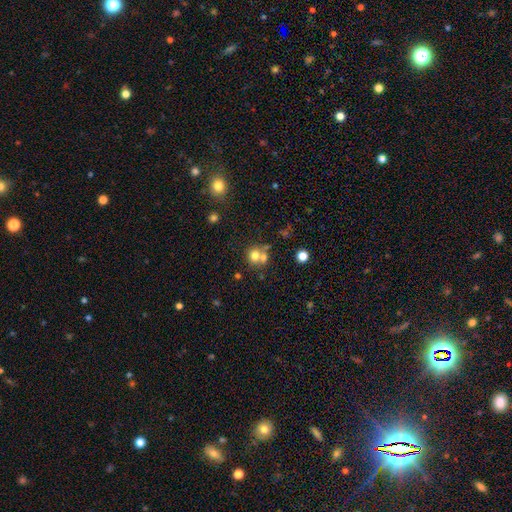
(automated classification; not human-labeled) smooth-or-featured: smooth: 71% | featured or disk: 15% | star or artifact: 14%
  how-rounded: round: 84% | in between: 15% | cigar-shaped: 1%
  merging: none: 47% | merger: 40% | minor disturbance: 9% | major disturbance: 4%